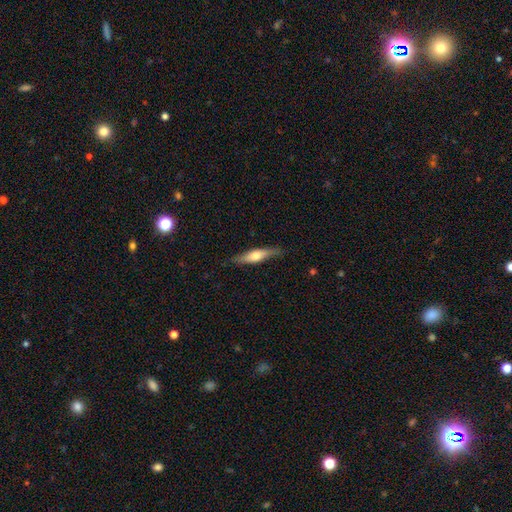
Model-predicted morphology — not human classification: A smooth galaxy with no disk features (49%).

Vote fractions:
- Smooth or featured? smooth: 49% / featured or disk: 46% / star or artifact: 5%
- Merging? none: 83% / minor disturbance: 14% / major disturbance: 3% / merger: 1%